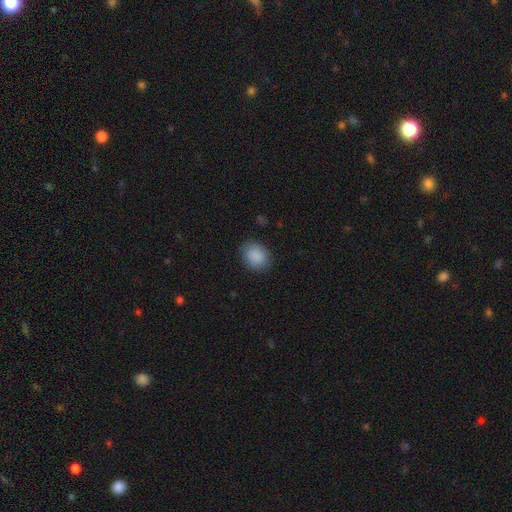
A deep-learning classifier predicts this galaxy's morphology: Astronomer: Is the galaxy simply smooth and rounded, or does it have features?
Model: smooth — 89%.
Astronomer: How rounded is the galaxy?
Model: round — 52% (runner-up: in between, 47%).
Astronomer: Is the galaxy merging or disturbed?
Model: none — 86%.